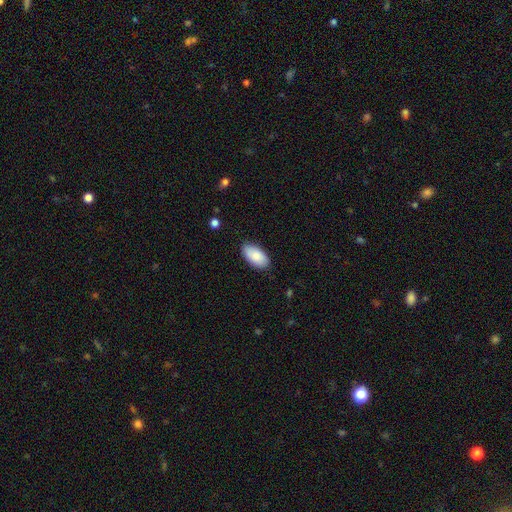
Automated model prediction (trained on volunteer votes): This appears to be a smooth galaxy with no disk features (86%) that is in between round and cigar-shaped (95%). Merging: none (84%).